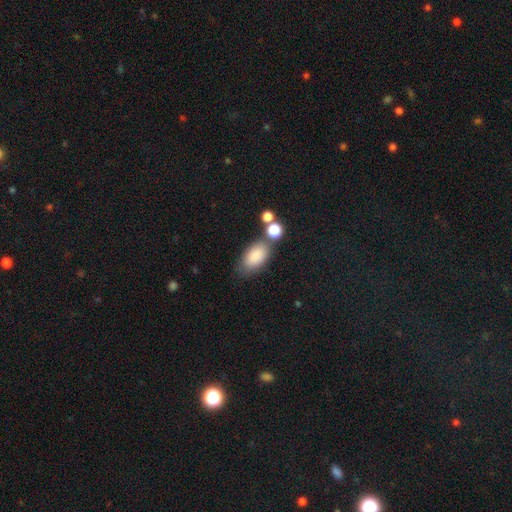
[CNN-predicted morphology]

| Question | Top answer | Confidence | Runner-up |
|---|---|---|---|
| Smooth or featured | smooth | 85% | star or artifact (8%) |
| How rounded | in between | 92% | round (5%) |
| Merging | none | 61% | merger (18%) |